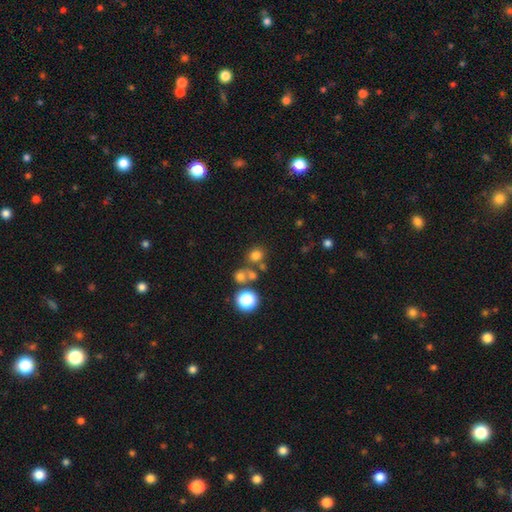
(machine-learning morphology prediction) Overall: smooth (73%). How rounded: round (80%). Merging: none (66%).